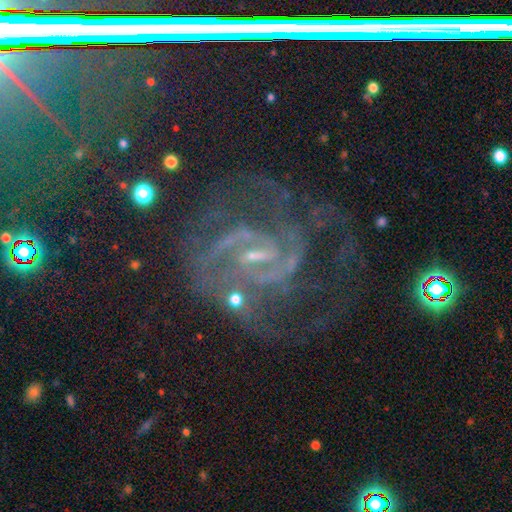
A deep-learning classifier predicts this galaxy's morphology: smooth-or-featured: featured or disk: 88% | star or artifact: 8% | smooth: 4%
  disk-edge-on: no: 98% | yes: 2%
    bar: weak: 51% | strong: 28% | no: 21%
    has-spiral-arms: yes: 96% | no: 4%
      spiral-winding: medium: 51% | tight: 36% | loose: 13%
      spiral-arm-count: 2: 44% | 3: 19% | can't tell: 16% | 4: 8% | 1: 7% | more than 4: 6%
    bulge-size: small: 65% | moderate: 17% | none: 16% | large: 2% | dominant: 1%
  merging: none: 49% | major disturbance: 26% | minor disturbance: 19% | merger: 6%